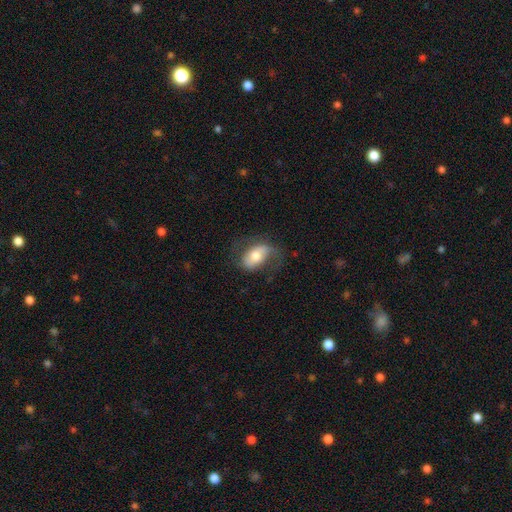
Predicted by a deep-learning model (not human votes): Morphology: type=smooth (49%); merging=none (60%).